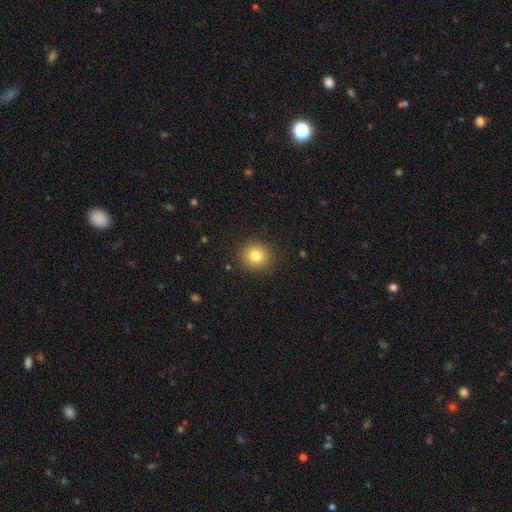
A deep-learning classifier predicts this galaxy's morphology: smooth-or-featured: smooth: 82% | star or artifact: 11% | featured or disk: 7%
  how-rounded: round: 86% | in between: 13% | cigar-shaped: 1%
  merging: none: 89% | minor disturbance: 7% | major disturbance: 2% | merger: 1%